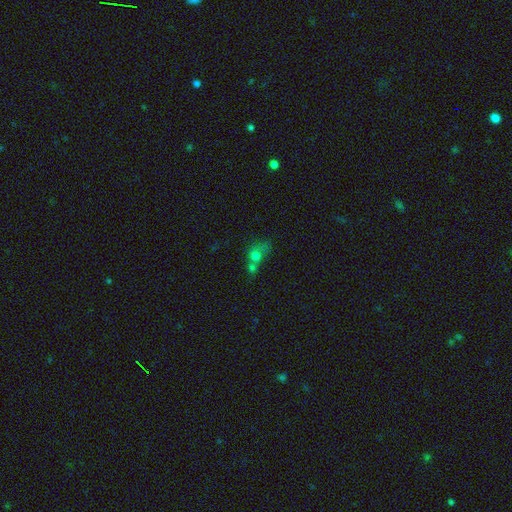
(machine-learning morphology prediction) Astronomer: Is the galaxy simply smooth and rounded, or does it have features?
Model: smooth — 67%.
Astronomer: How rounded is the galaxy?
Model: round — 63%.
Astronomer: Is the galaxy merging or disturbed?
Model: merger — 62%.